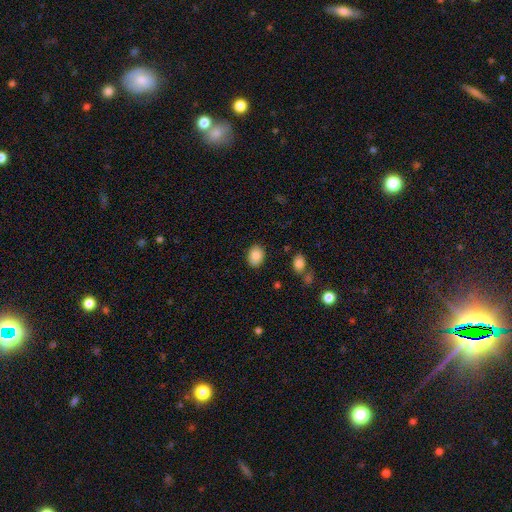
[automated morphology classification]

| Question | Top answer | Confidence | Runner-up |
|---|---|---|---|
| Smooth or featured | smooth | 83% | featured or disk (9%) |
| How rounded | in between | 64% | round (35%) |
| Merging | none | 86% | minor disturbance (10%) |